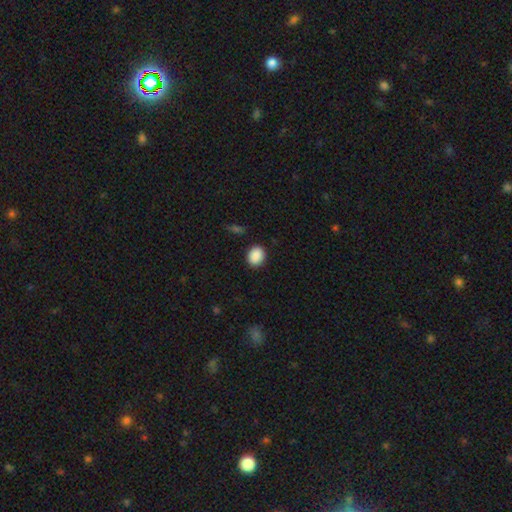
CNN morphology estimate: Q: Smooth or featured?
A: smooth (90%); runner-up: star or artifact (8%)
Q: How rounded?
A: round (55%); runner-up: in between (44%)
Q: Merging?
A: none (89%); runner-up: minor disturbance (7%)